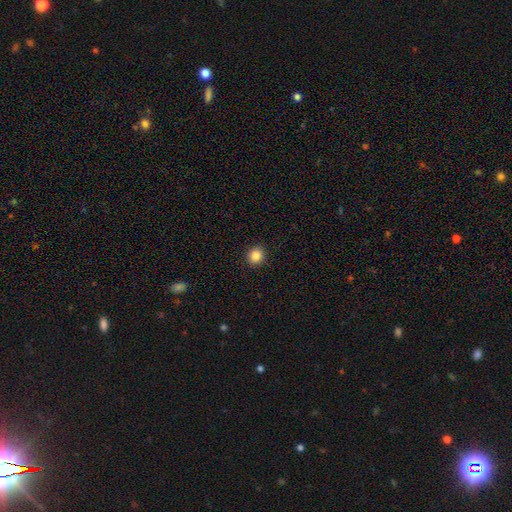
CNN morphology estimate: smooth-or-featured: smooth: 84% | star or artifact: 10% | featured or disk: 5%
  how-rounded: round: 83% | in between: 16% | cigar-shaped: 1%
  merging: none: 91% | minor disturbance: 6% | major disturbance: 2% | merger: 1%